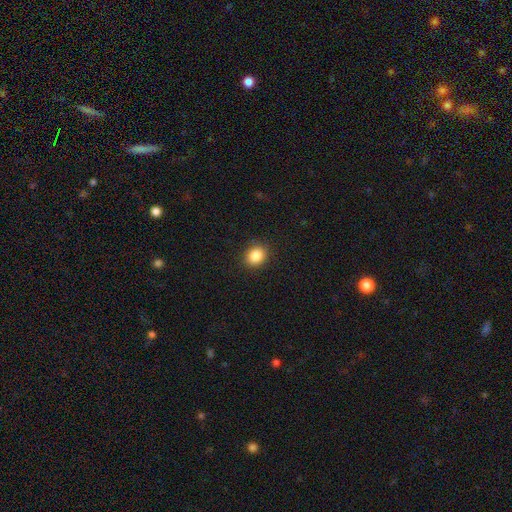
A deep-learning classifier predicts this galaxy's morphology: Smooth or featured? Predicted: smooth (p=0.87). How rounded? Predicted: round (p=0.67). Merging? Predicted: none (p=0.89).